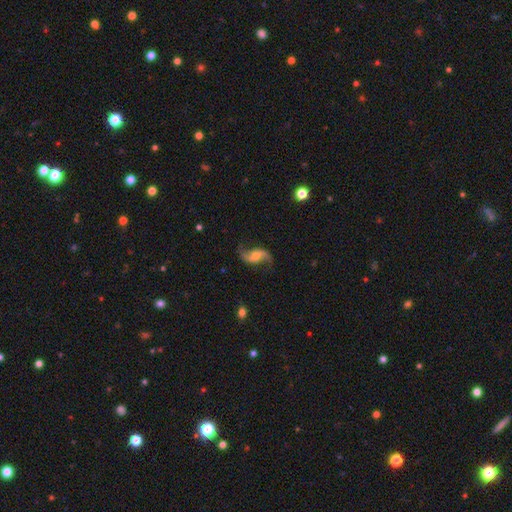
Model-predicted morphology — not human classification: Smooth or featured? featured or disk (85%)
Edge-on disk? no (96%)
Bar? no (55%)
Spiral arms? yes (96%)
Spiral winding? loose (85%)
Spiral arm count? 2 (94%)
Bulge size? moderate (49%)
Merging? none (79%)